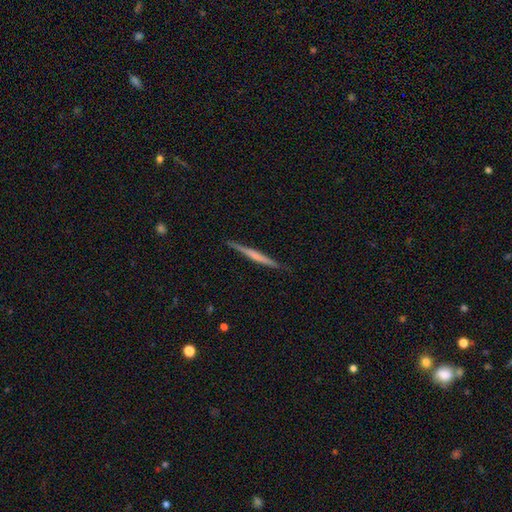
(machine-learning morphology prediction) This appears to be a featured or disk galaxy (56%) viewed edge-on (98%) with no central bulge (61%). Merging: none (89%).